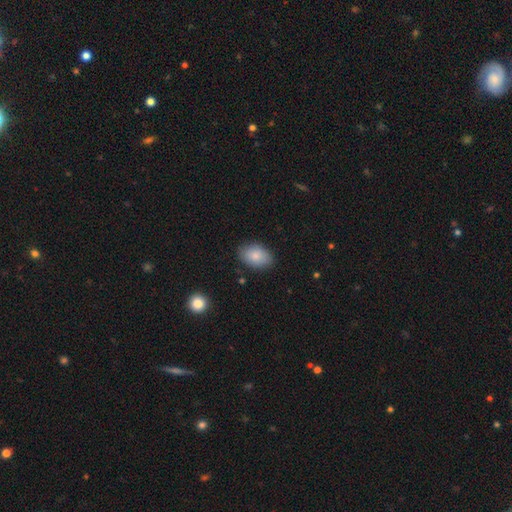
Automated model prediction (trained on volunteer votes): smooth-or-featured: smooth: 84% | featured or disk: 9% | star or artifact: 7%
  how-rounded: in between: 86% | round: 12% | cigar-shaped: 1%
  merging: none: 84% | minor disturbance: 12% | major disturbance: 3% | merger: 1%